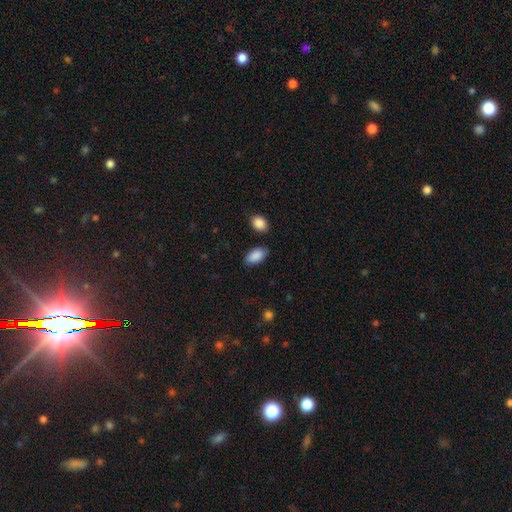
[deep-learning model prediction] Q: Smooth or featured?
A: smooth (89%); runner-up: star or artifact (7%)
Q: How rounded?
A: in between (94%); runner-up: round (4%)
Q: Merging?
A: none (80%); runner-up: minor disturbance (13%)